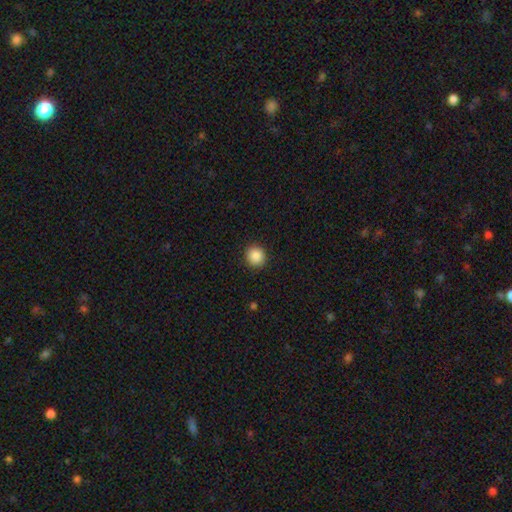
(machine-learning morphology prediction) smooth 88%, star or artifact 9%, featured or disk 3%. Down the decision tree: how rounded — round (90%); merging — none (91%).